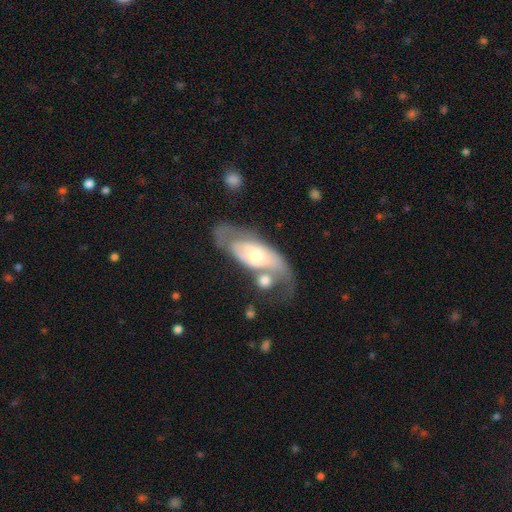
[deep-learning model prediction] Overall: featured or disk (69%). Edge-on disk: no (88%). Bar: no (70%). Spiral arms: yes (73%). Bulge size: moderate (52%; small 37%). Merging: none (42%; minor disturbance 19%).